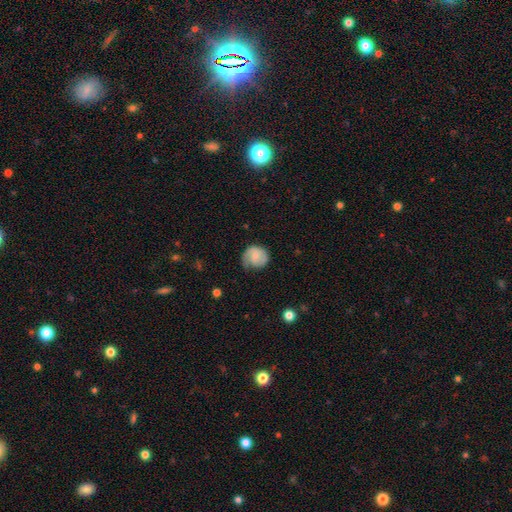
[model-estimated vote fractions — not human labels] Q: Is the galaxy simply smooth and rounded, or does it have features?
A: smooth — 56%.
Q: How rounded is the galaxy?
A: round — 77%.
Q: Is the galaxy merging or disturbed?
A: none — 53%.